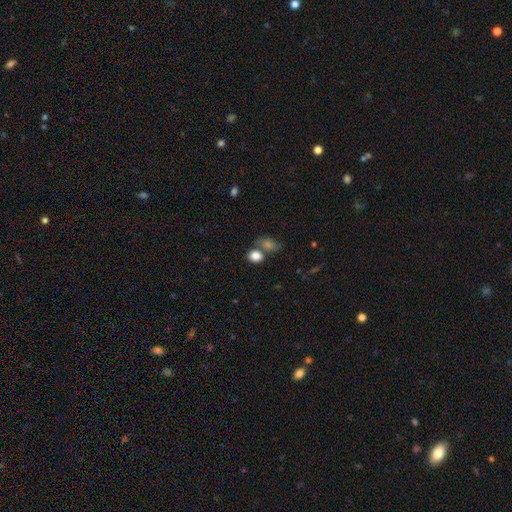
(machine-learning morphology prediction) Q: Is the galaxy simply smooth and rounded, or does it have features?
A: smooth — 82%.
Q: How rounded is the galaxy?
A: in between — 62%.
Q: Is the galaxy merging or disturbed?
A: none — 52%.